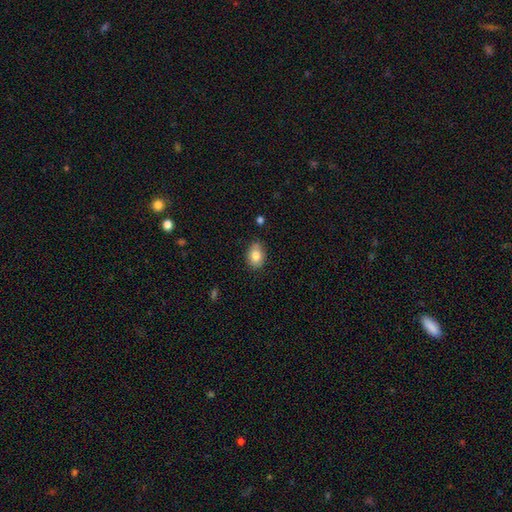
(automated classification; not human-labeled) smooth-or-featured: smooth: 84% | star or artifact: 8% | featured or disk: 8%
  how-rounded: in between: 72% | round: 27% | cigar-shaped: 1%
  merging: none: 73% | minor disturbance: 21% | major disturbance: 3% | merger: 2%